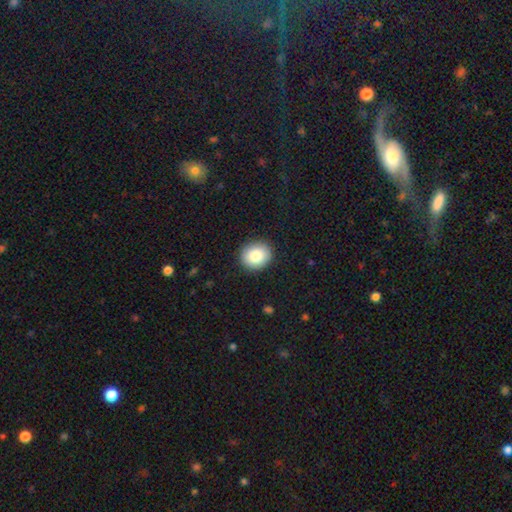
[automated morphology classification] Smooth or featured? smooth (85%)
How rounded? round (74%)
Merging? none (90%)